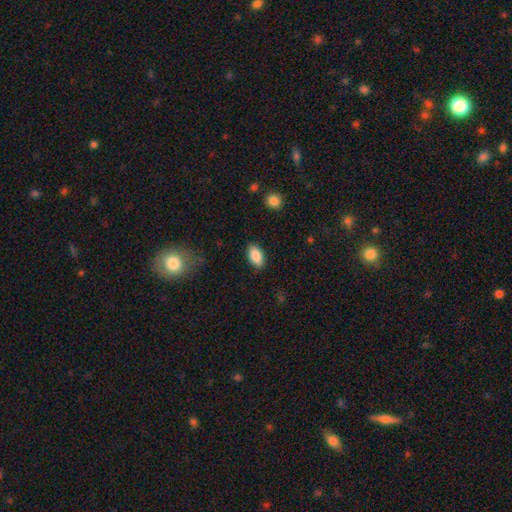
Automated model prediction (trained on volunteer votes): smooth-or-featured: smooth: 87% | star or artifact: 7% | featured or disk: 6%
  how-rounded: in between: 92% | cigar-shaped: 5% | round: 3%
  merging: none: 86% | minor disturbance: 10% | major disturbance: 2% | merger: 1%